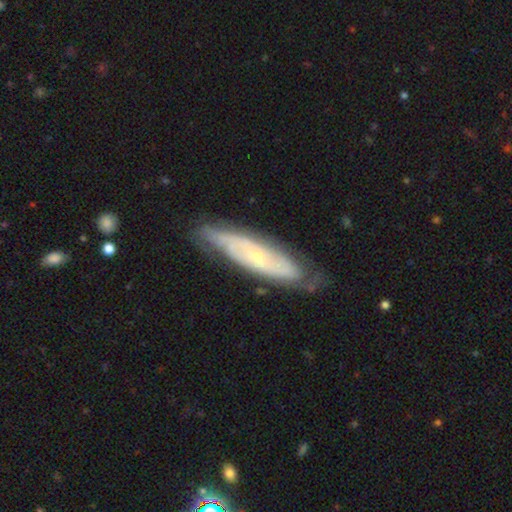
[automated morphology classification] smooth-or-featured: featured or disk: 73% | smooth: 21% | star or artifact: 6%
  disk-edge-on: no: 74% | yes: 26%
    bar: no: 69% | weak: 24% | strong: 7%
    has-spiral-arms: yes: 88% | no: 12%
    bulge-size: small: 77% | moderate: 18% | none: 3% | large: 1% | dominant: 1%
  merging: none: 74% | minor disturbance: 20% | major disturbance: 5% | merger: 2%